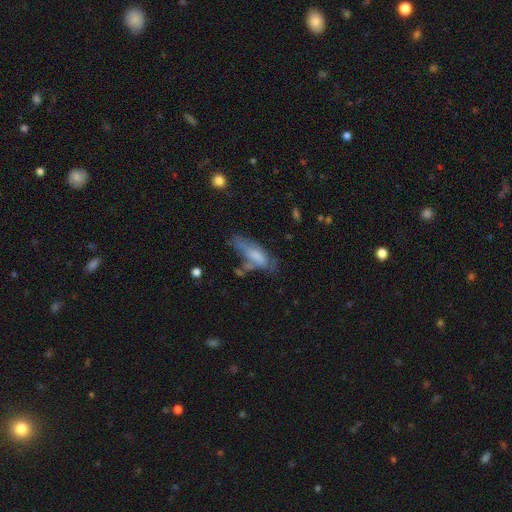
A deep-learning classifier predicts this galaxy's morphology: smooth 62%, featured or disk 29%, star or artifact 9%. Down the decision tree: how rounded — in between (61%); merging — none (31%).